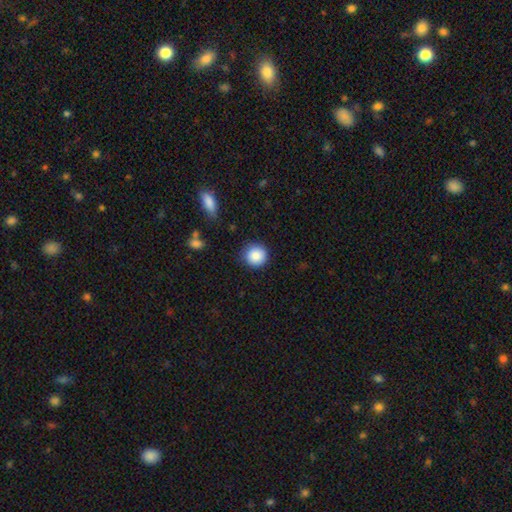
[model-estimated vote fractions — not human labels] A smooth galaxy with no disk features (88%) that is round (94%).

Vote fractions:
- Smooth or featured? smooth: 88% / star or artifact: 8% / featured or disk: 4%
- How rounded? round: 94% / in between: 5% / cigar-shaped: 1%
- Merging? none: 87% / minor disturbance: 9% / major disturbance: 2% / merger: 1%